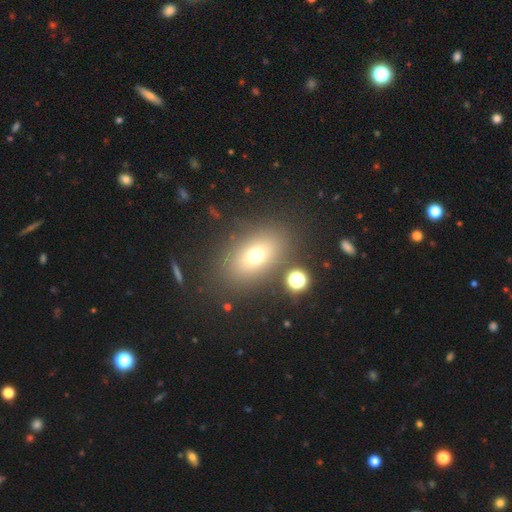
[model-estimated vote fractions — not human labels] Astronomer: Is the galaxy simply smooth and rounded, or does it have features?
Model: smooth — 68%.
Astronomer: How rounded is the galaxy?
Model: in between — 76%.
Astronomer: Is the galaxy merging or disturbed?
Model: none — 81%.